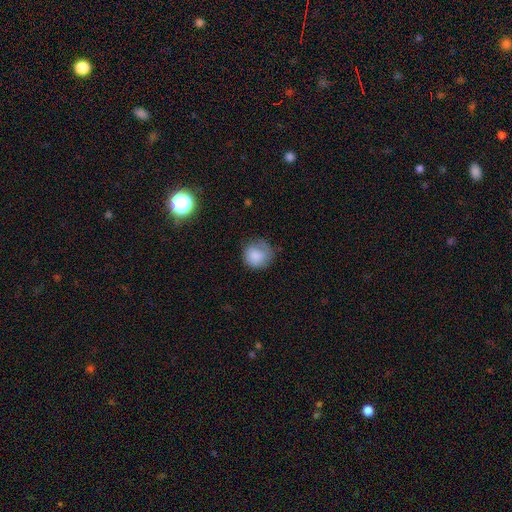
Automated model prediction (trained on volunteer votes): This is clearly a smooth galaxy (83%). How rounded: clearly round (85%). Merging: likely none (61%).